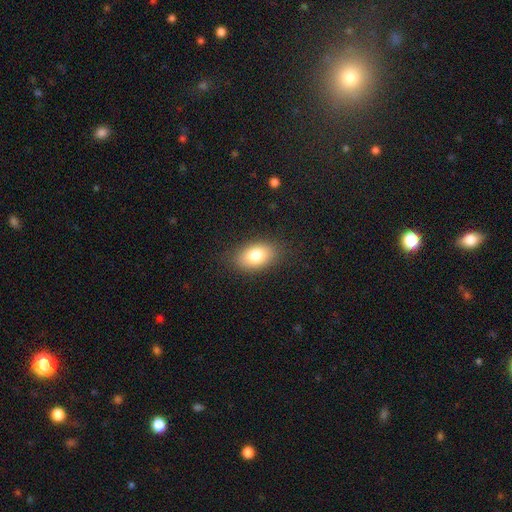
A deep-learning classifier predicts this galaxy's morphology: Smooth or featured: smooth — 81% (featured or disk — 11%)
How rounded: in between — 89% (round — 10%)
Merging: none — 84% (minor disturbance — 11%)